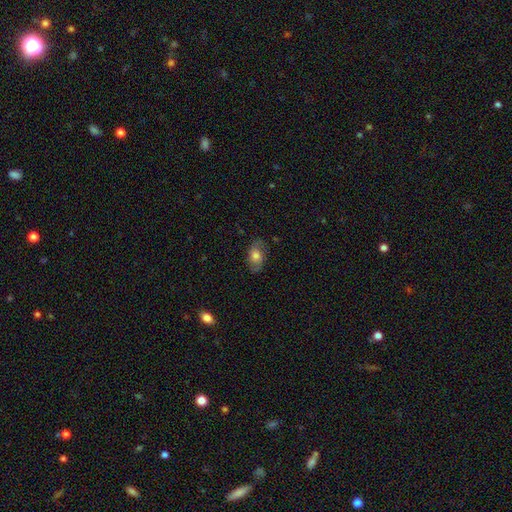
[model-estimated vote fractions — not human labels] This is possibly a smooth galaxy (54%). How rounded: clearly in between (84%). Merging: likely none (74%).